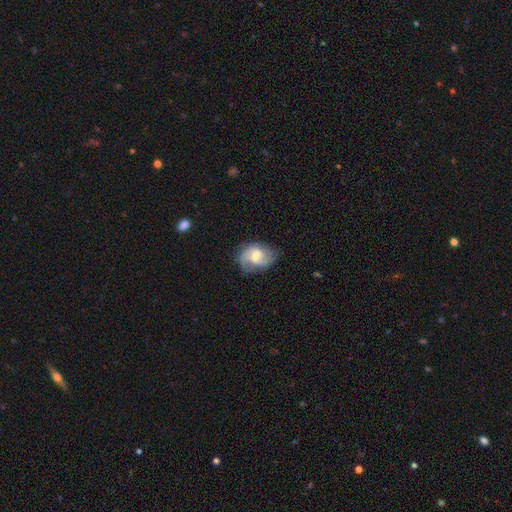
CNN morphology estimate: A featured or disk galaxy (62%) with a weak bar (50%), 2 (65%) medium (47%) spiral arms (89%) and a moderate central bulge (54%).

Vote fractions:
- Smooth or featured? featured or disk: 62% / smooth: 31% / star or artifact: 7%
- Edge-on disk? no: 97% / yes: 3%
- Bar? weak: 50% / no: 39% / strong: 11%
- Spiral arms? yes: 89% / no: 11%
- Spiral winding? medium: 47% / loose: 29% / tight: 23%
- Spiral arm count? 2: 65% / can't tell: 15% / 3: 11% / 1: 6% / 4: 2% / more than 4: 2%
- Bulge size? moderate: 54% / small: 33% / large: 7% / none: 5% / dominant: 1%
- Merging? none: 63% / minor disturbance: 25% / major disturbance: 10% / merger: 1%